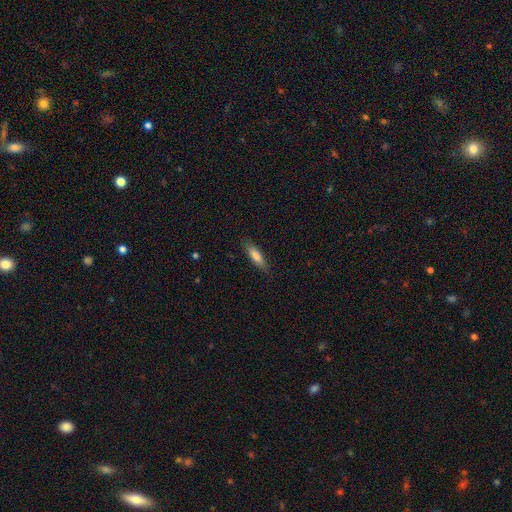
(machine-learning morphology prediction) smooth 76%, featured or disk 17%, star or artifact 6%. Down the decision tree: how rounded — cigar-shaped (60%); merging — none (84%).